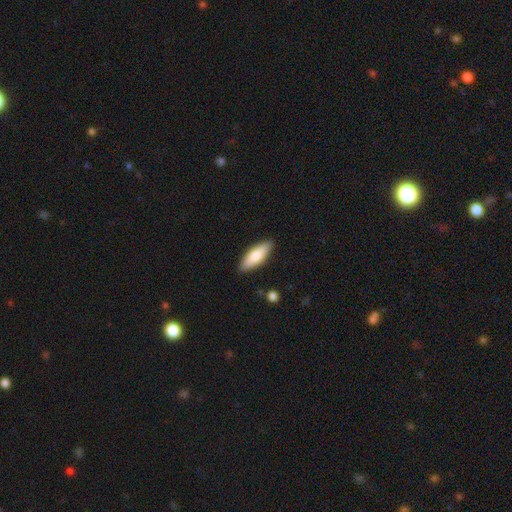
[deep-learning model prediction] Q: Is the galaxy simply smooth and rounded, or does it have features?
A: smooth — 75%.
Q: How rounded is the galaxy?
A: in between — 56%.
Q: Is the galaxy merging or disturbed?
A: none — 88%.